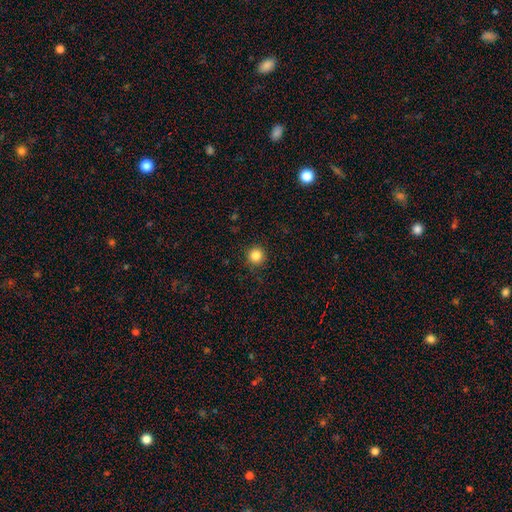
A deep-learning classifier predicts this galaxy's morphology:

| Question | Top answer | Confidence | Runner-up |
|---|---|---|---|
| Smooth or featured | smooth | 85% | star or artifact (11%) |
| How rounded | round | 96% | in between (3%) |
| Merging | none | 90% | minor disturbance (6%) |